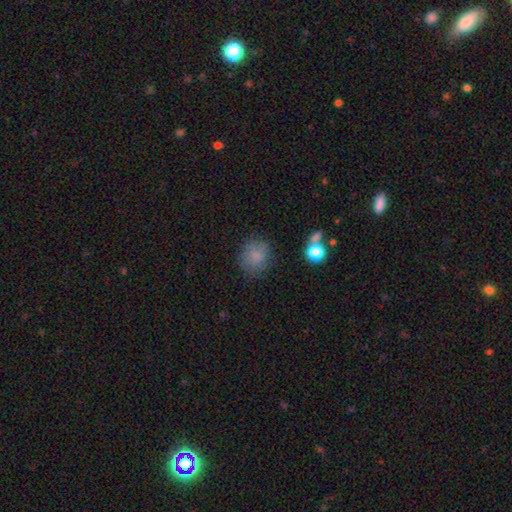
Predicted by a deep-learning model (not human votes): Overall: smooth (78%). How rounded: round (74%). Merging: none (73%).